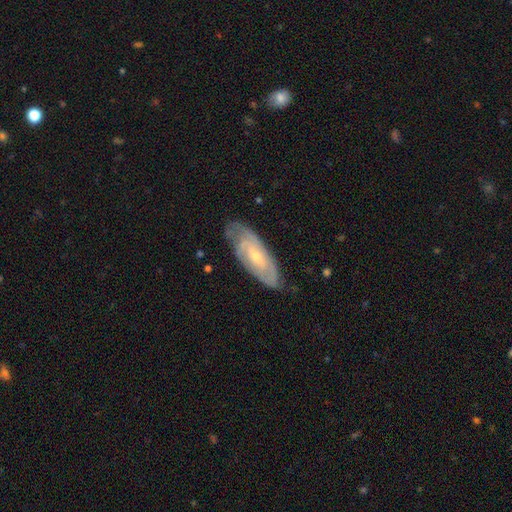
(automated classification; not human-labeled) smooth-or-featured: featured or disk: 74% | smooth: 20% | star or artifact: 6%
  disk-edge-on: no: 88% | yes: 12%
    bar: no: 65% | weak: 29% | strong: 6%
    has-spiral-arms: yes: 89% | no: 11%
      spiral-winding: tight: 64% | medium: 29% | loose: 8%
      spiral-arm-count: can't tell: 46% | 2: 31% | 3: 11% | 4: 5% | 1: 4% | more than 4: 3%
    bulge-size: small: 72% | moderate: 24% | none: 2% | large: 1% | dominant: 1%
  merging: none: 71% | minor disturbance: 22% | major disturbance: 6% | merger: 1%